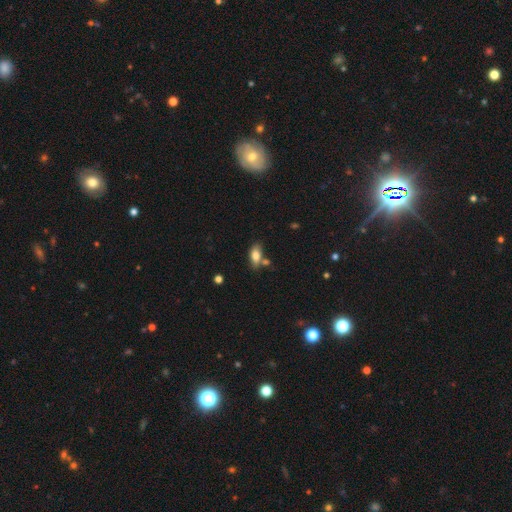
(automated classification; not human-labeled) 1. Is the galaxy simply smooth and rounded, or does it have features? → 79% smooth, 13% featured or disk, 8% star or artifact.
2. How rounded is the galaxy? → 88% in between, 7% cigar-shaped, 5% round.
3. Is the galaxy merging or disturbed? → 64% none, 17% merger, 16% minor disturbance, 4% major disturbance.